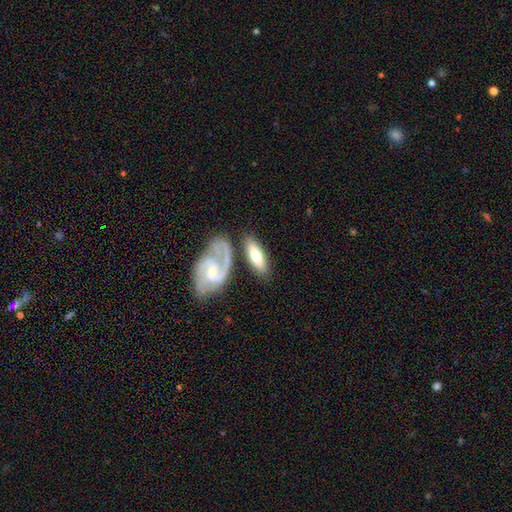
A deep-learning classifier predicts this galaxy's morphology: smooth-or-featured: smooth: 50% | featured or disk: 45% | star or artifact: 5%
  merging: none: 66% | merger: 15% | minor disturbance: 15% | major disturbance: 5%